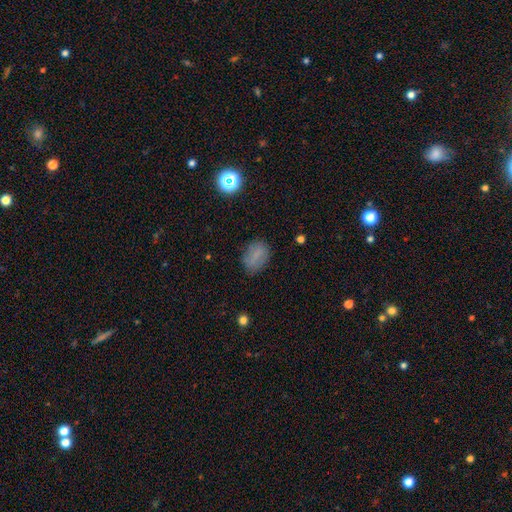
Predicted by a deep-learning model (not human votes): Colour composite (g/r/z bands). It shows a smooth galaxy with no disk features (73%) that is in between round and cigar-shaped (77%). Merging: none (77%).